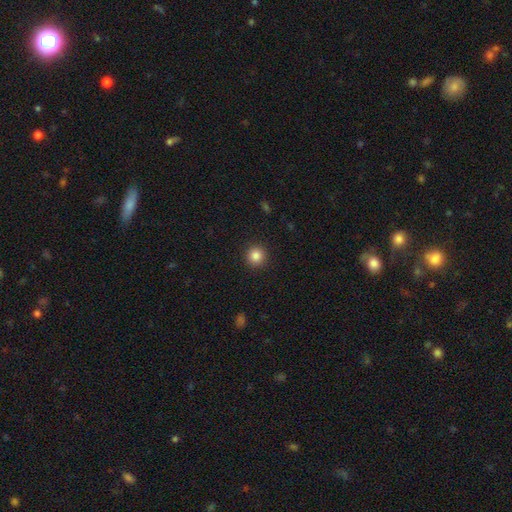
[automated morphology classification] The model was most divided on "smooth or featured": smooth: 85%, star or artifact: 11%, featured or disk: 4%. More confident: how rounded — round (95%); merging — none (92%).